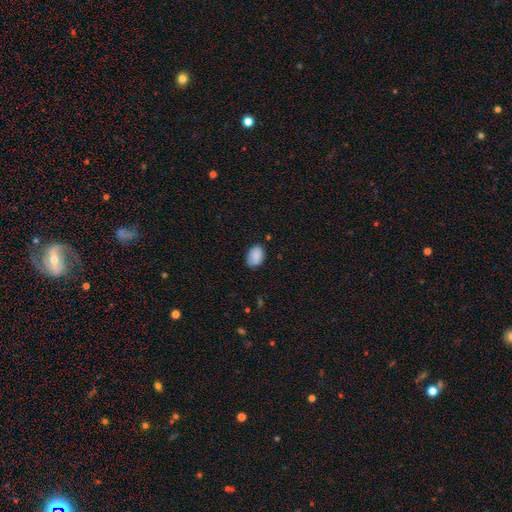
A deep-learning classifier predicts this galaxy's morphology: type=smooth (87%); roundness=in between (79%); merging=none (76%).